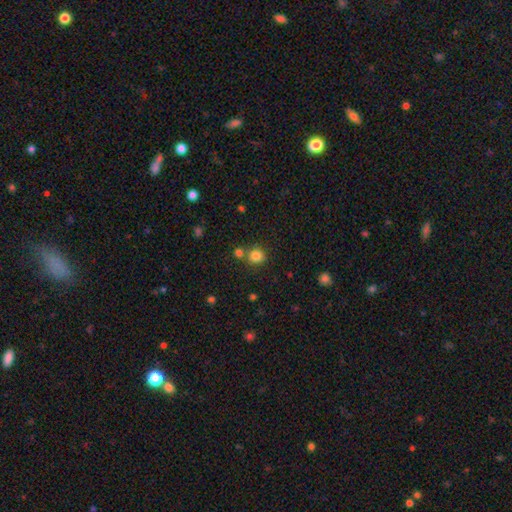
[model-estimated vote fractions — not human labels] A smooth galaxy with no disk features (83%) that is round (86%).

Vote fractions:
- Smooth or featured? smooth: 83% / star or artifact: 12% / featured or disk: 5%
- How rounded? round: 86% / in between: 13% / cigar-shaped: 1%
- Merging? none: 68% / merger: 20% / minor disturbance: 9% / major disturbance: 3%